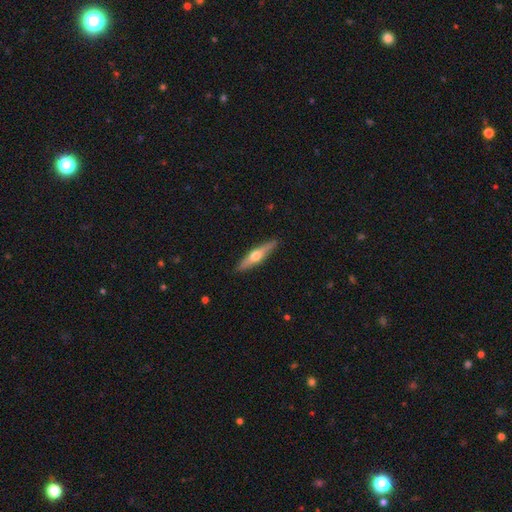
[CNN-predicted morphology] Smooth or featured? Predicted: featured or disk (p=0.53). Edge-on disk? Predicted: yes (p=0.93). Merging? Predicted: none (p=0.90).